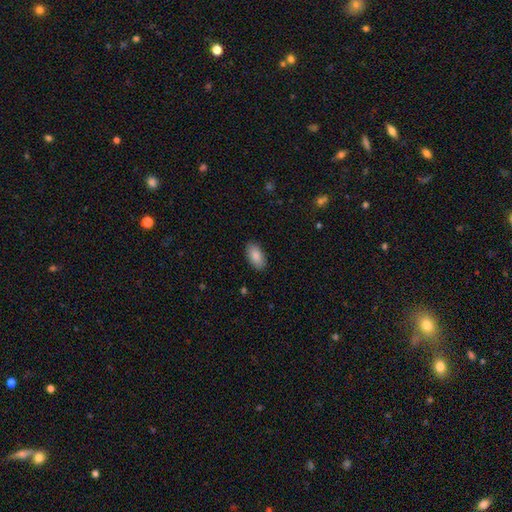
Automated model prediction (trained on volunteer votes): smooth 88%, star or artifact 6%, featured or disk 6%. Down the decision tree: how rounded — in between (94%); merging — none (88%).